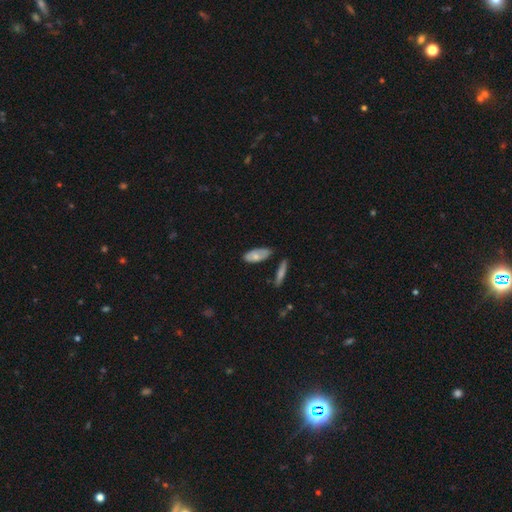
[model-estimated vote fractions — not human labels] Smooth or featured?
  - smooth: 63% *
  - featured or disk: 31%
  - star or artifact: 6%
How rounded?
  - in between: 81% *
  - cigar-shaped: 16%
  - round: 3%
Merging?
  - none: 67% *
  - minor disturbance: 23%
  - merger: 5%
  - major disturbance: 5%